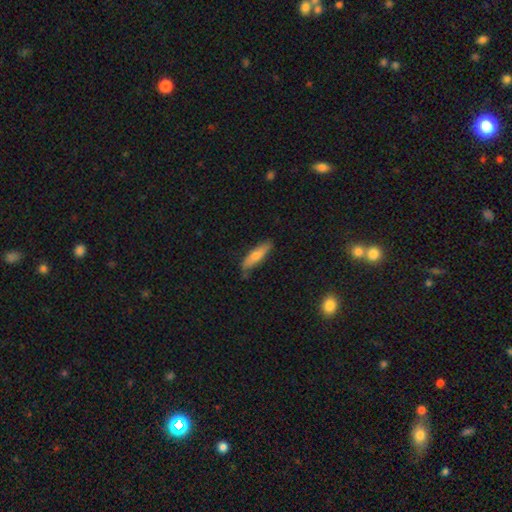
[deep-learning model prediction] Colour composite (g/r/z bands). It shows a smooth galaxy with no disk features (63%) that is cigar-shaped (73%). Merging: none (81%).